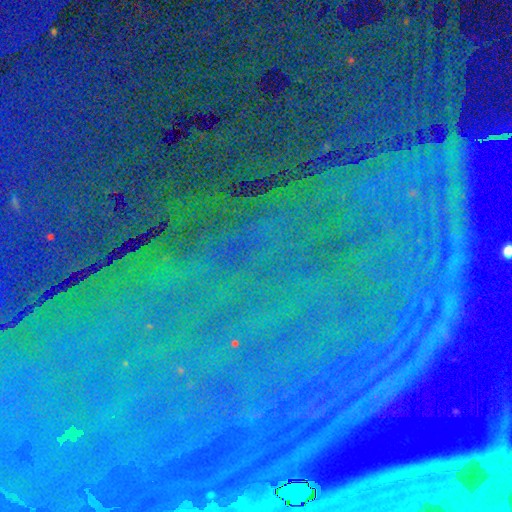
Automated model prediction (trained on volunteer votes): Smooth or featured? star or artifact (86%)